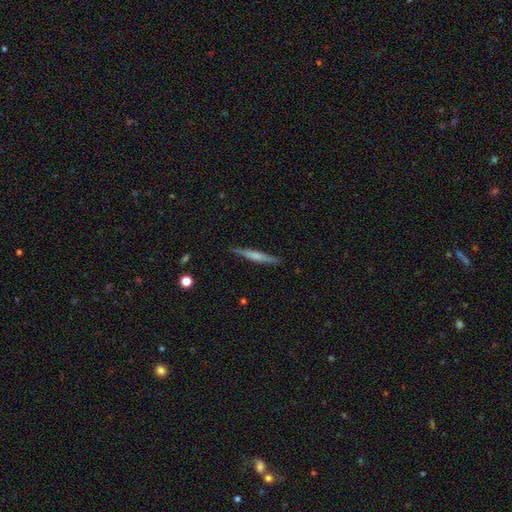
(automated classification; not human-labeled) A smooth galaxy with no disk features (51%) that is cigar-shaped (95%).

Vote fractions:
- Smooth or featured? smooth: 51% / featured or disk: 43% / star or artifact: 6%
- How rounded? cigar-shaped: 95% / in between: 4% / round: 2%
- Merging? none: 87% / minor disturbance: 10% / major disturbance: 2% / merger: 1%